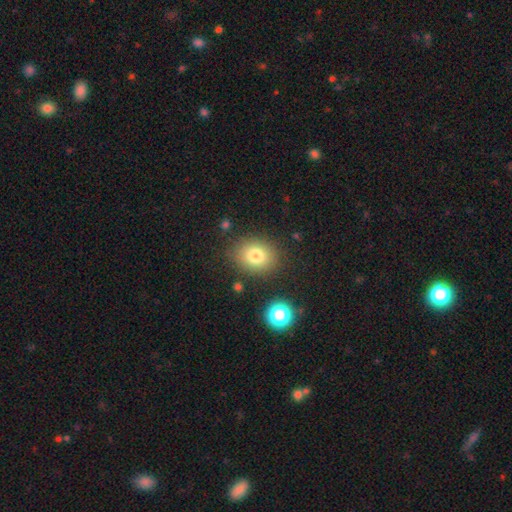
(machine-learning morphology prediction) Smooth or featured?
  - smooth: 79% *
  - star or artifact: 12%
  - featured or disk: 9%
How rounded?
  - round: 56% *
  - in between: 43%
  - cigar-shaped: 1%
Merging?
  - none: 83% *
  - minor disturbance: 10%
  - major disturbance: 4%
  - merger: 3%